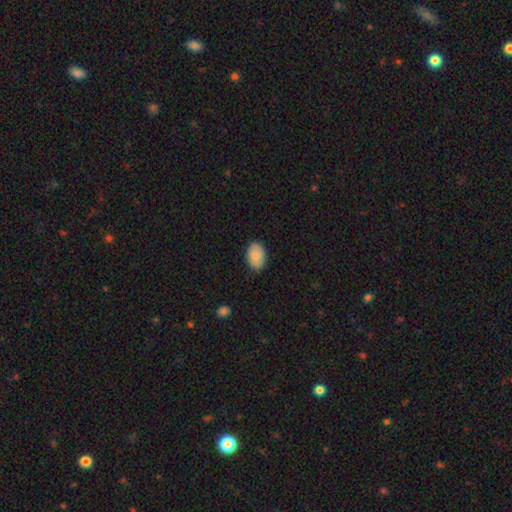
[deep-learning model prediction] This is clearly a smooth galaxy (85%). How rounded: clearly in between (88%). Merging: clearly none (86%).